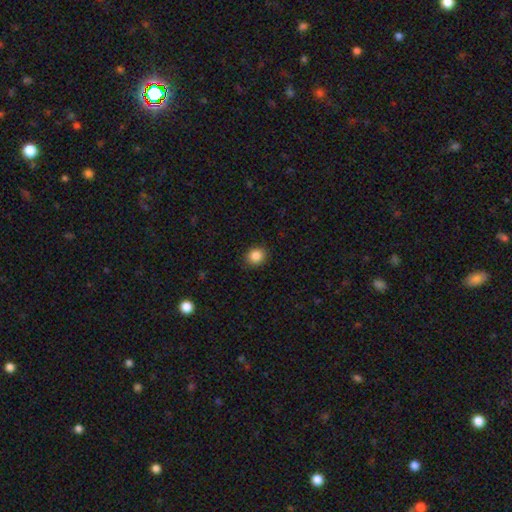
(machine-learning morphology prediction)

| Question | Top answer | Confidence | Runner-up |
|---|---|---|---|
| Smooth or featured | smooth | 87% | star or artifact (9%) |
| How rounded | round | 75% | in between (24%) |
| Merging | none | 90% | minor disturbance (7%) |